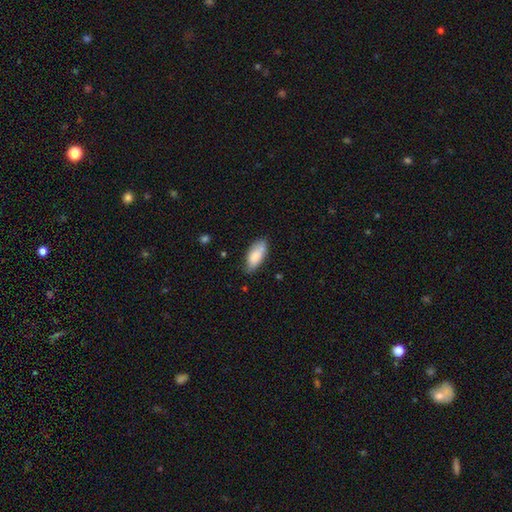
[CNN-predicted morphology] Overall: smooth (81%). How rounded: in between (87%). Merging: none (67%).